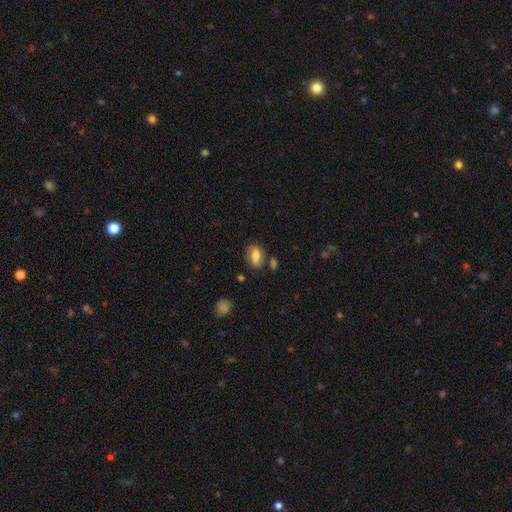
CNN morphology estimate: Q: Smooth or featured?
A: smooth (71%); runner-up: featured or disk (21%)
Q: How rounded?
A: in between (87%); runner-up: round (10%)
Q: Merging?
A: none (67%); runner-up: minor disturbance (20%)